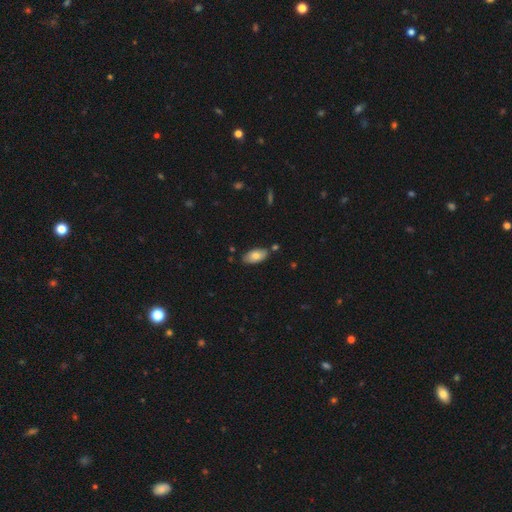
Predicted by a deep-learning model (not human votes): Smooth or featured? smooth (75%)
How rounded? in between (94%)
Merging? none (78%)